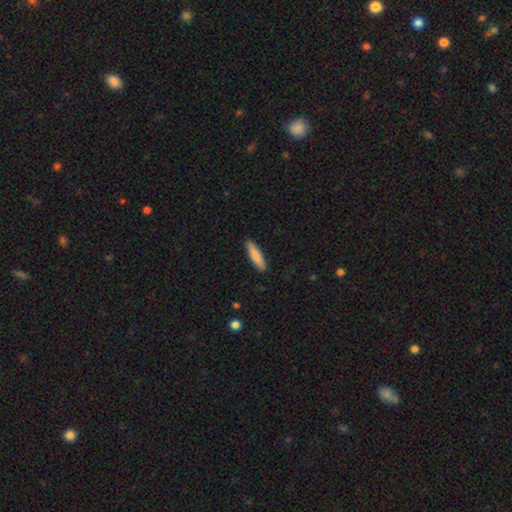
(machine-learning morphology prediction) Smooth or featured? Predicted: smooth (p=0.83). How rounded? Predicted: cigar-shaped (p=0.78). Merging? Predicted: none (p=0.90).